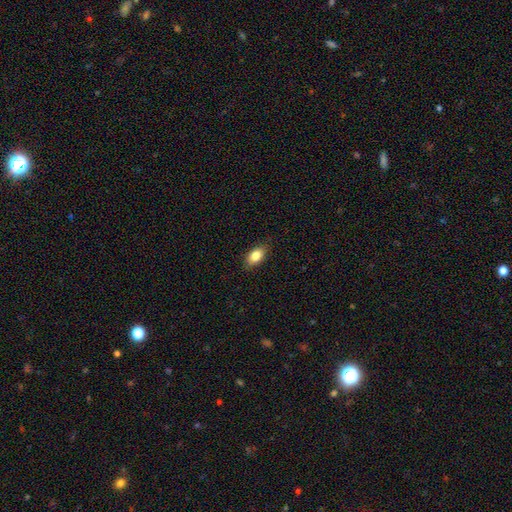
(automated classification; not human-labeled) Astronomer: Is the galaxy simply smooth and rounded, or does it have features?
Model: smooth — 83%.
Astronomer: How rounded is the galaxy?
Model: in between — 88%.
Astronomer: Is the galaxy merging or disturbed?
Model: none — 85%.